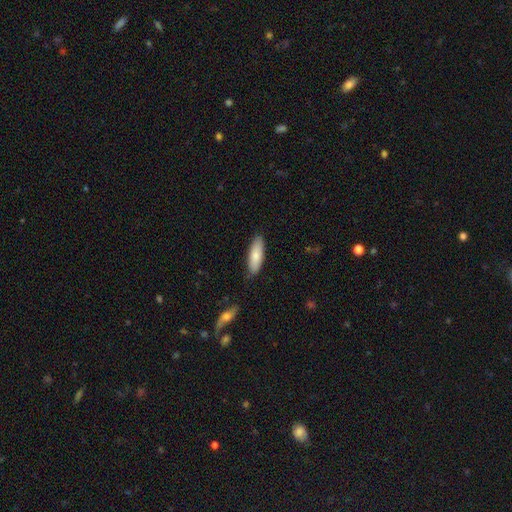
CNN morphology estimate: Smooth or featured: smooth — 81% (featured or disk — 14%)
How rounded: in between — 58% (cigar-shaped — 40%)
Merging: none — 84% (minor disturbance — 12%)